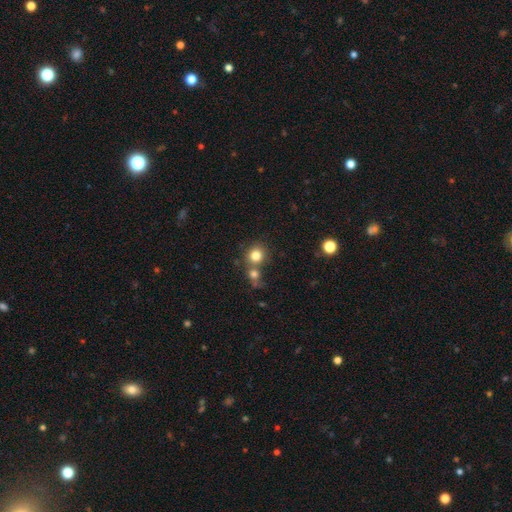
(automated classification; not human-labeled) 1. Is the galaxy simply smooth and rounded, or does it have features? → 80% smooth, 12% star or artifact, 8% featured or disk.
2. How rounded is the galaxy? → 85% round, 14% in between, 1% cigar-shaped.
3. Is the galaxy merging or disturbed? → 57% none, 31% merger, 8% minor disturbance, 4% major disturbance.